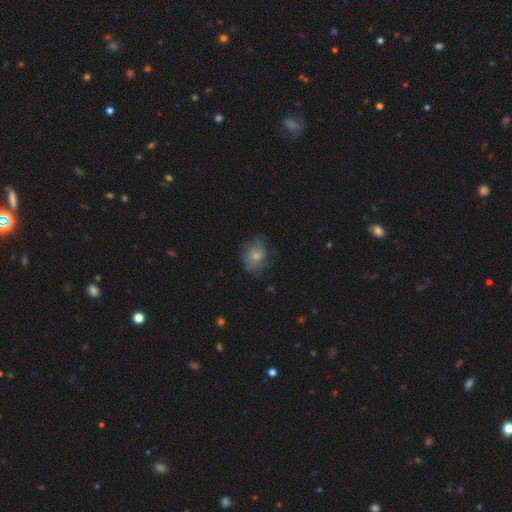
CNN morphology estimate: Q: Smooth or featured?
A: smooth (68%); runner-up: featured or disk (23%)
Q: How rounded?
A: in between (56%); runner-up: round (43%)
Q: Merging?
A: none (57%); runner-up: minor disturbance (29%)